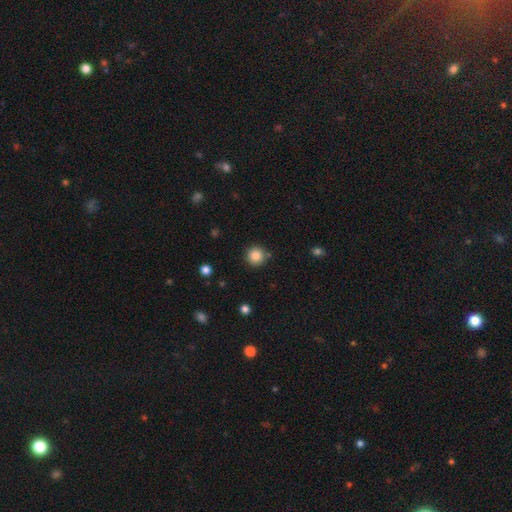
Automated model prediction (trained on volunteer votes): smooth_or_featured: smooth (p=0.85) [alt: star or artifact p=0.10]
how_rounded: round (p=0.95) [alt: in between p=0.04]
merging: none (p=0.86) [alt: minor disturbance p=0.08]